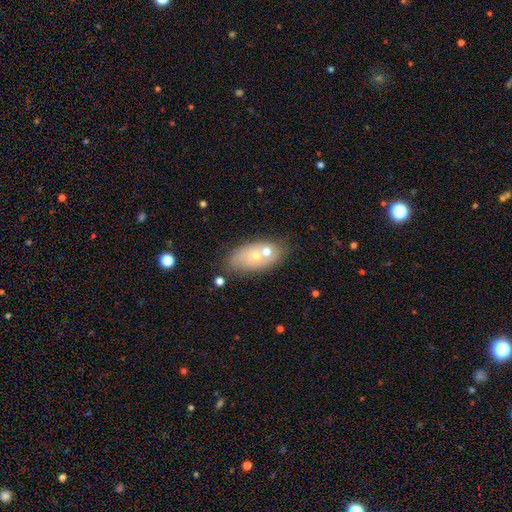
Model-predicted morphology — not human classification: A smooth galaxy with no disk features (53%) that is in between round and cigar-shaped (86%). Merging: none (55%).